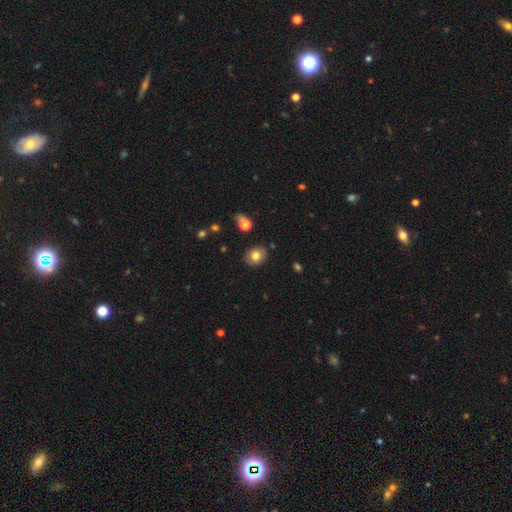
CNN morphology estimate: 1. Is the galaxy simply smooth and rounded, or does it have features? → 77% smooth, 14% featured or disk, 9% star or artifact.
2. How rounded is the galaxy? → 50% round, 49% in between, 1% cigar-shaped.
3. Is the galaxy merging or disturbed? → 86% none, 9% minor disturbance, 2% major disturbance, 2% merger.